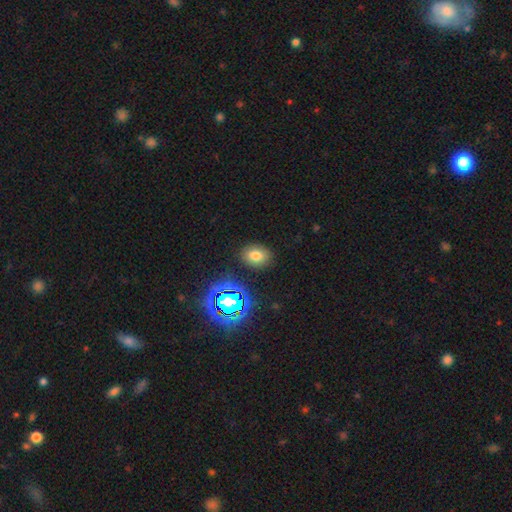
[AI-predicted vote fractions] This appears to be a smooth galaxy with no disk features (72%) that is in between round and cigar-shaped (68%). Merging: none (86%).